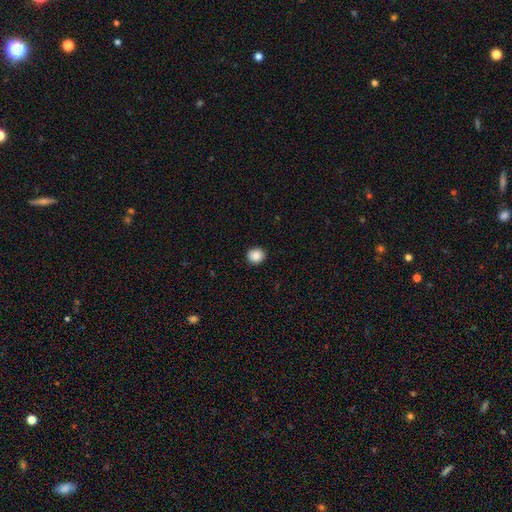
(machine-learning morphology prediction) Overall: smooth (87%). How rounded: round (86%). Merging: none (92%).